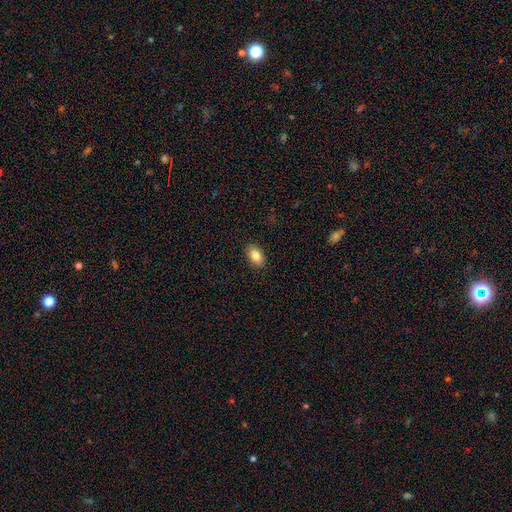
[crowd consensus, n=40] Volunteers were most divided on "smooth or featured": smooth: 88%, featured or disk: 8%, star or artifact: 5%. More confident: merging — none (97%); how rounded — in between (94%).